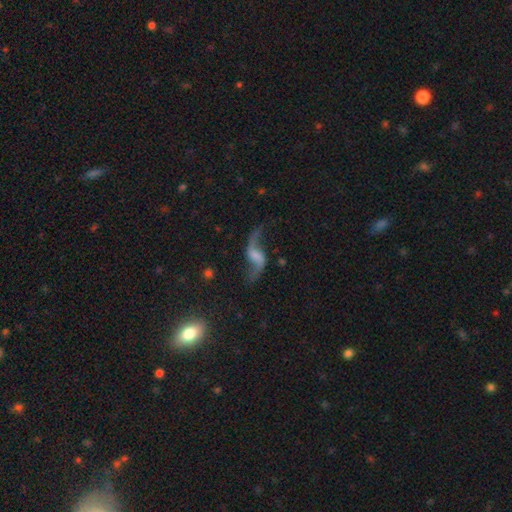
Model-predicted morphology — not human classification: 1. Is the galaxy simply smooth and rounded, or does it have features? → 86% featured or disk, 7% star or artifact, 7% smooth.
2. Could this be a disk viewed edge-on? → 95% no, 5% yes.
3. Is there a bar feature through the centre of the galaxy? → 44% weak, 37% no, 19% strong.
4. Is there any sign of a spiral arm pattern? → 96% yes, 4% no.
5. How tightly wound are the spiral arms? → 93% loose, 5% medium, 2% tight.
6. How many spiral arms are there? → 94% 2, 2% 1, 1% can't tell, 1% 3, 1% 4, 1% more than 4.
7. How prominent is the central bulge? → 45% none, 27% small, 18% moderate, 8% large, 2% dominant.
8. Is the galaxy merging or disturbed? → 74% none, 13% minor disturbance, 9% major disturbance, 3% merger.